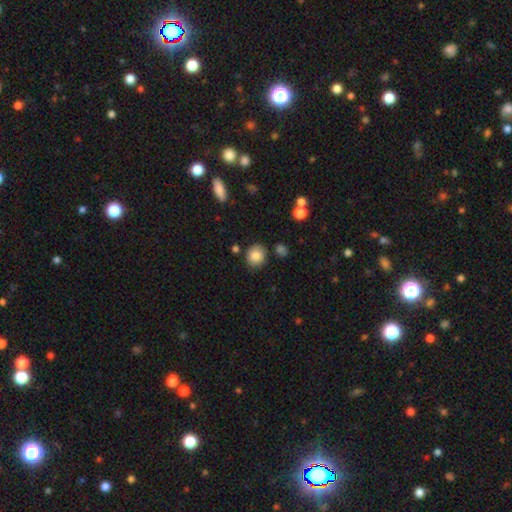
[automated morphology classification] type=smooth (85%); roundness=round (72%); merging=none (81%).